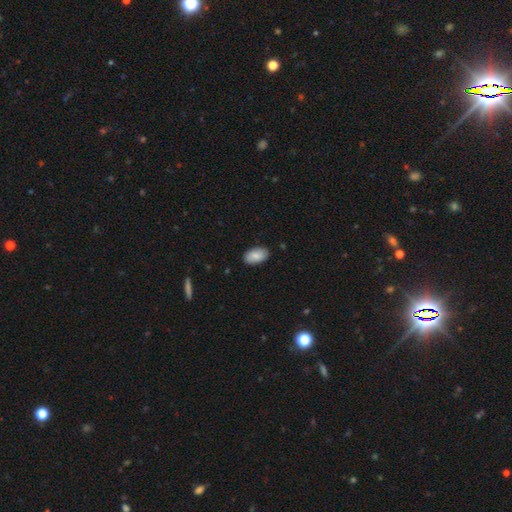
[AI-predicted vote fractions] A smooth galaxy with no disk features (83%) that is in between round and cigar-shaped (94%).

Vote fractions:
- Smooth or featured? smooth: 83% / featured or disk: 11% / star or artifact: 6%
- How rounded? in between: 94% / round: 4% / cigar-shaped: 2%
- Merging? none: 86% / minor disturbance: 11% / major disturbance: 2% / merger: 1%